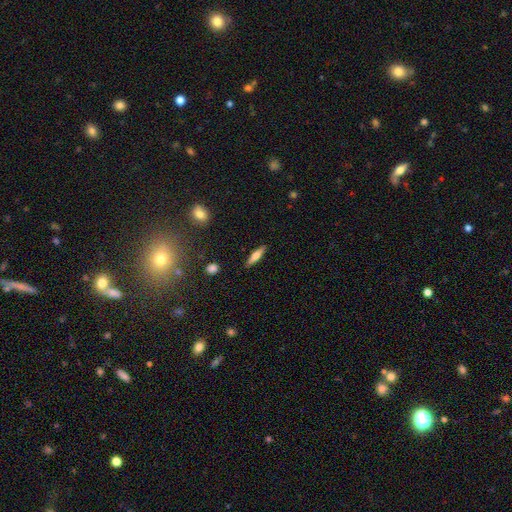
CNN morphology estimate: smooth-or-featured: smooth: 57% | featured or disk: 36% | star or artifact: 7%
  how-rounded: cigar-shaped: 75% | in between: 22% | round: 2%
  merging: none: 88% | minor disturbance: 8% | major disturbance: 2% | merger: 1%